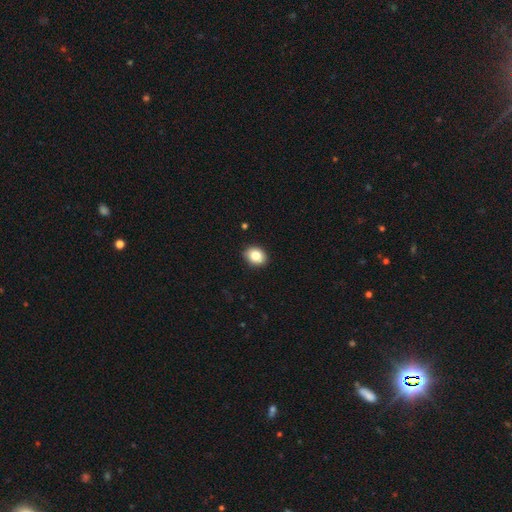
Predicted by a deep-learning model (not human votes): Smooth or featured: smooth — 83% (star or artifact — 9%)
How rounded: in between — 53% (round — 47%)
Merging: none — 90% (minor disturbance — 8%)